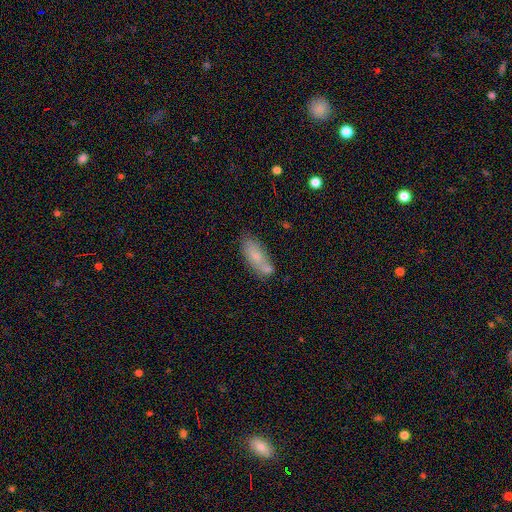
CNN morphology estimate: Smooth or featured?
  - smooth: 74% *
  - featured or disk: 19%
  - star or artifact: 8%
How rounded?
  - in between: 76% *
  - cigar-shaped: 21%
  - round: 3%
Merging?
  - none: 53% *
  - merger: 24%
  - minor disturbance: 19%
  - major disturbance: 5%